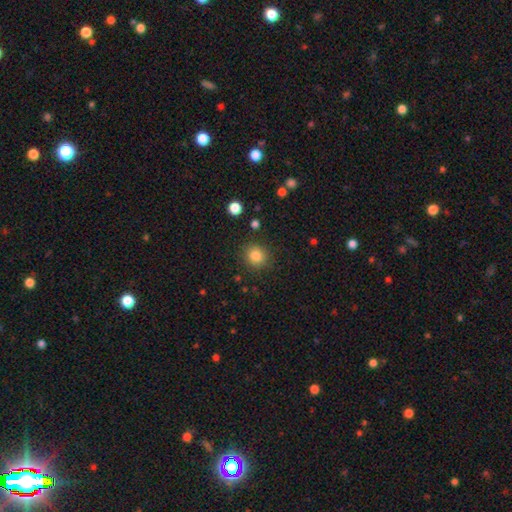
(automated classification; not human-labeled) Q: Smooth or featured?
A: smooth (83%); runner-up: star or artifact (11%)
Q: How rounded?
A: round (86%); runner-up: in between (13%)
Q: Merging?
A: none (87%); runner-up: minor disturbance (8%)